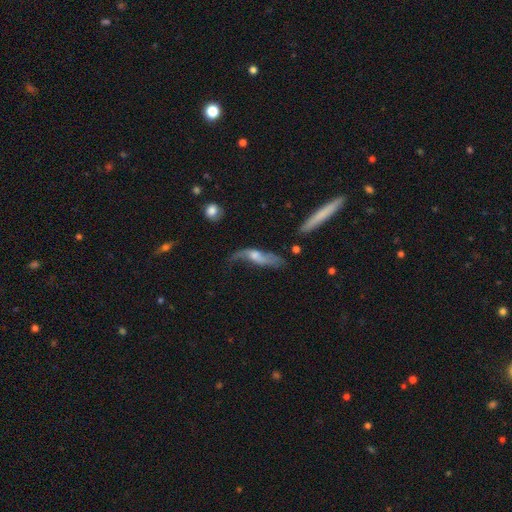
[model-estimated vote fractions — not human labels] This is likely a featured or disk galaxy (60%). It is likely not viewed edge-on (69%). Merging: marginally major disturbance (36%).